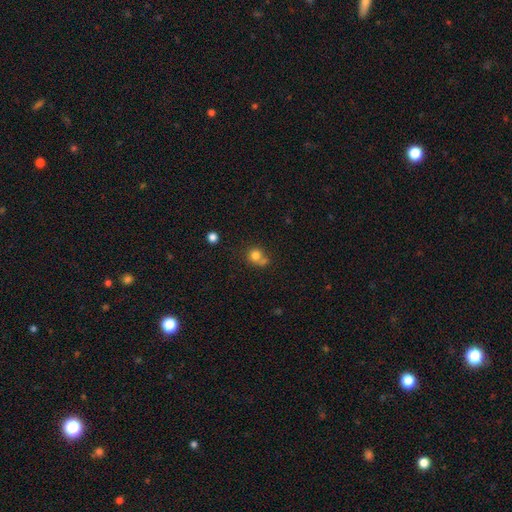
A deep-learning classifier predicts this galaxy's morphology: Q: Smooth or featured?
A: smooth (78%); runner-up: star or artifact (12%)
Q: How rounded?
A: round (82%); runner-up: in between (17%)
Q: Merging?
A: none (46%); runner-up: merger (33%)